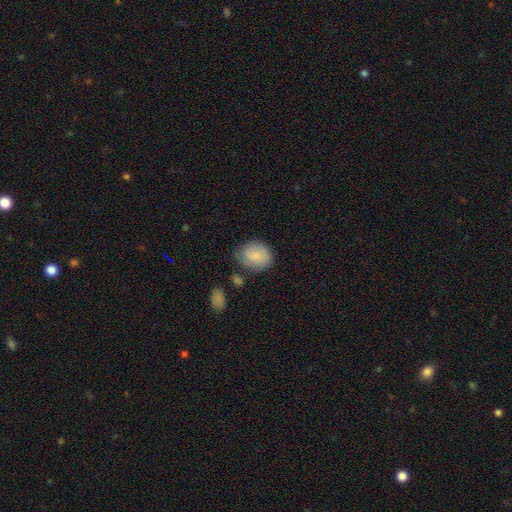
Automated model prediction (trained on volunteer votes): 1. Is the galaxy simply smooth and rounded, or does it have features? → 84% smooth, 9% featured or disk, 7% star or artifact.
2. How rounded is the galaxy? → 55% round, 44% in between, 1% cigar-shaped.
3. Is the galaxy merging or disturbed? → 66% none, 23% minor disturbance, 6% major disturbance, 5% merger.